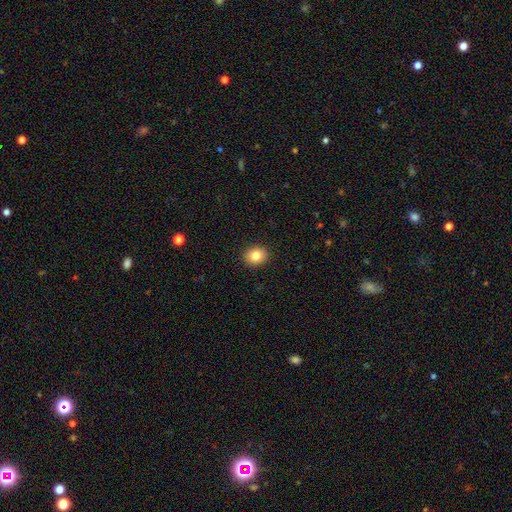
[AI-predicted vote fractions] A smooth galaxy with no disk features (83%) that is round (67%). Merging: none (92%).